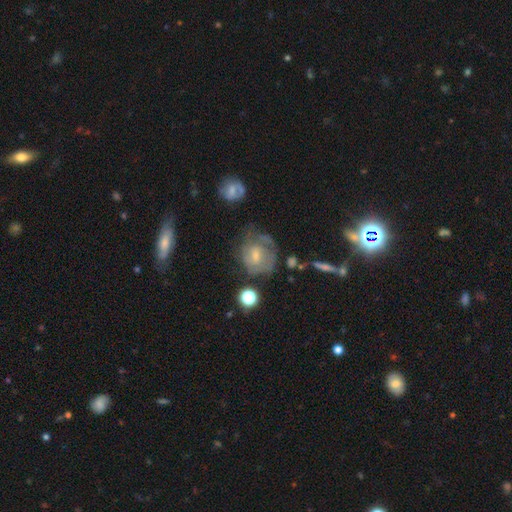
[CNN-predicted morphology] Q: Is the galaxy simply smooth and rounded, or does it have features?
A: featured or disk — 52%.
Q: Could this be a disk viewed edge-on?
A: no — 96%.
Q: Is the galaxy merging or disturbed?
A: none — 46%.